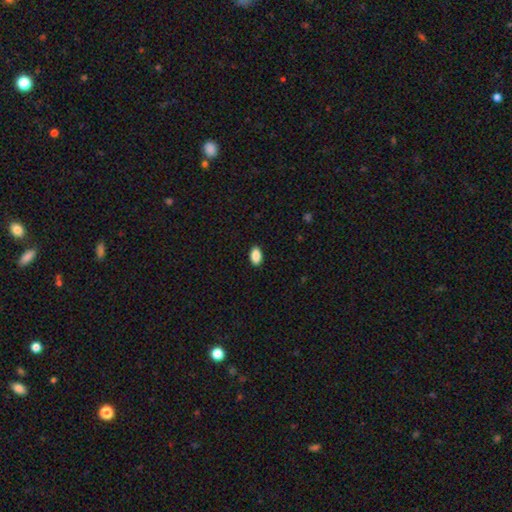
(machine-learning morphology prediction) This is clearly a smooth galaxy (90%). How rounded: clearly in between (93%). Merging: clearly none (90%).